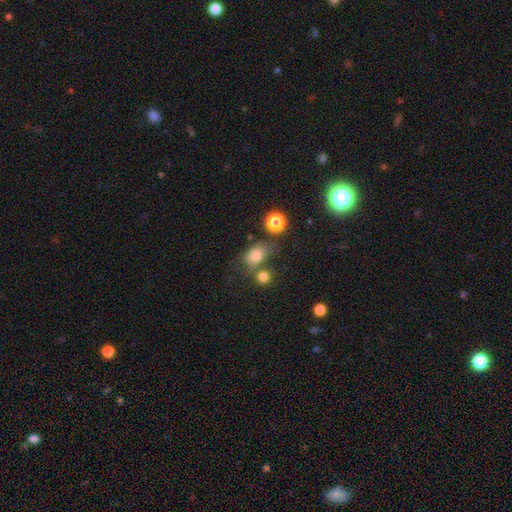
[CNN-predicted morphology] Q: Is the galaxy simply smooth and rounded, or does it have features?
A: smooth — 79%.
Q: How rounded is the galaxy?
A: in between — 67%.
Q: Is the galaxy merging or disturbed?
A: none — 47%.